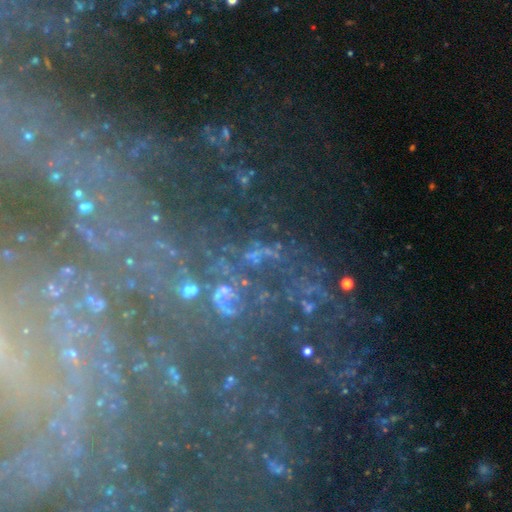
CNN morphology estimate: star or artifact 43% (tied), featured or disk 43% (tied), smooth 14%.